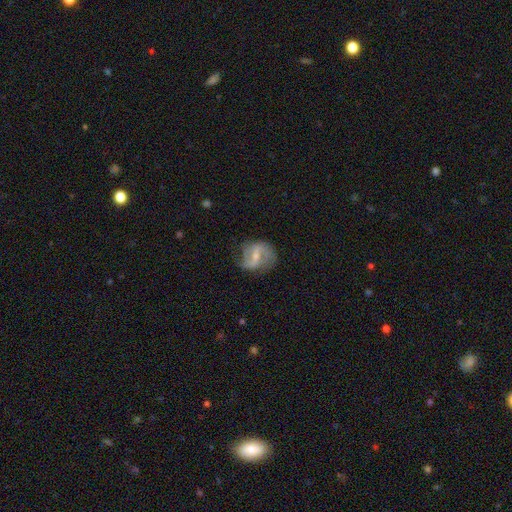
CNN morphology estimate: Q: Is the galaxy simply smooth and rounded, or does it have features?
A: featured or disk — 79%.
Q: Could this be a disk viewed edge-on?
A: no — 97%.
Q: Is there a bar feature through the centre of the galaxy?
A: weak — 46%.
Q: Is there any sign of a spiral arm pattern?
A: yes — 90%.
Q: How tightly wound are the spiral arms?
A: loose — 48%.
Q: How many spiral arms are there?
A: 2 — 83%.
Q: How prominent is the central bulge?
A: small — 55%.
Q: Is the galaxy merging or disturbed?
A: none — 65%.